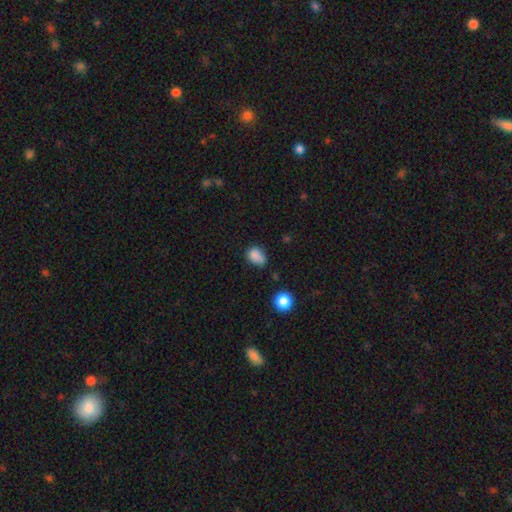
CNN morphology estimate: Smooth or featured?
  - smooth: 82% *
  - star or artifact: 11%
  - featured or disk: 6%
How rounded?
  - in between: 70% *
  - round: 28%
  - cigar-shaped: 1%
Merging?
  - none: 50% *
  - minor disturbance: 36%
  - major disturbance: 9%
  - merger: 5%